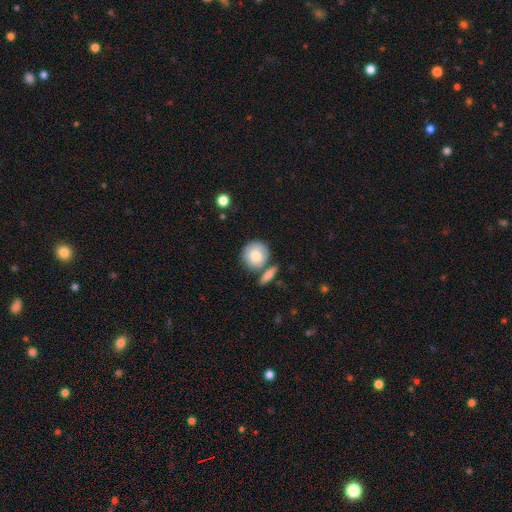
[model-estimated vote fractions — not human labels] smooth-or-featured: smooth: 79% | featured or disk: 14% | star or artifact: 6%
  how-rounded: round: 88% | in between: 11% | cigar-shaped: 1%
  merging: none: 64% | merger: 19% | minor disturbance: 13% | major disturbance: 4%